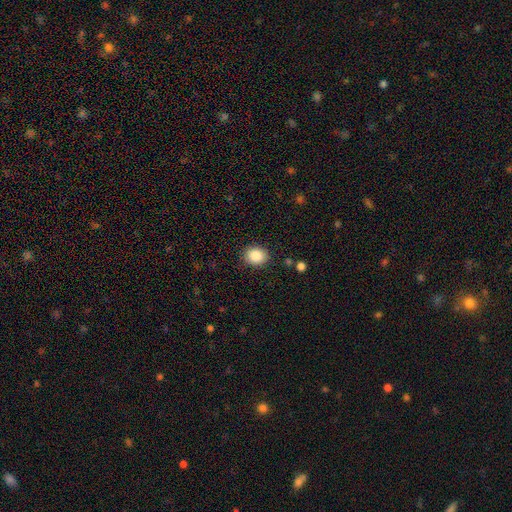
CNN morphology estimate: smooth_or_featured: smooth (p=0.87) [alt: star or artifact p=0.09]
how_rounded: round (p=0.66) [alt: in between p=0.33]
merging: none (p=0.87) [alt: minor disturbance p=0.09]